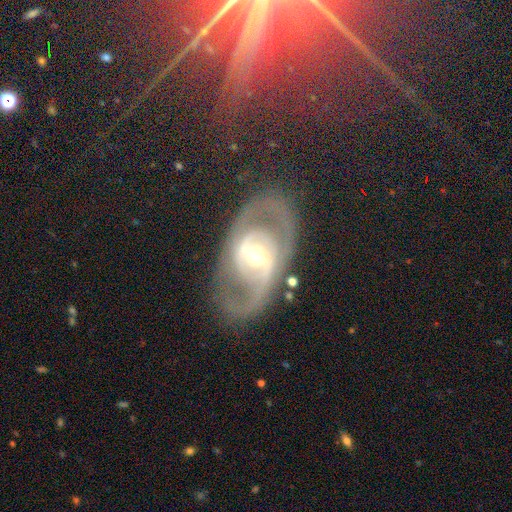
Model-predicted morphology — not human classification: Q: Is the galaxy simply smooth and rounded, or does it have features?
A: featured or disk — 84%.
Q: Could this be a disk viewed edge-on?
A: no — 93%.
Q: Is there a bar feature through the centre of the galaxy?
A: strong — 38%.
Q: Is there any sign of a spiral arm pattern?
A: yes — 73%.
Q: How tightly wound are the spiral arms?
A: medium — 42%.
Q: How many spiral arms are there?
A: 2 — 75%.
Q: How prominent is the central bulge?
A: moderate — 57%.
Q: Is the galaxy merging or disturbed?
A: none — 75%.